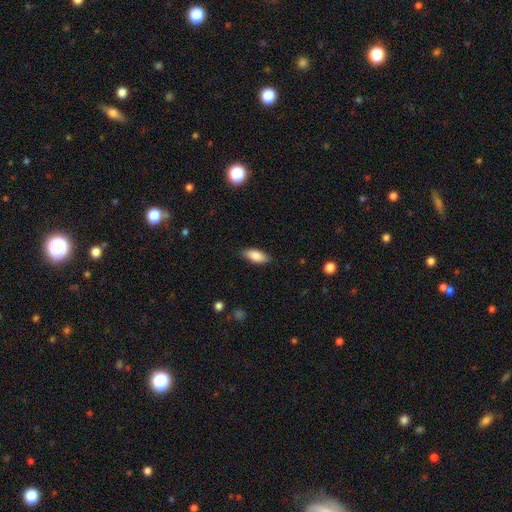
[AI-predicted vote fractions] Smooth or featured?
  - smooth: 84% *
  - featured or disk: 10%
  - star or artifact: 6%
How rounded?
  - in between: 84% *
  - cigar-shaped: 14%
  - round: 2%
Merging?
  - none: 86% *
  - minor disturbance: 11%
  - major disturbance: 2%
  - merger: 1%